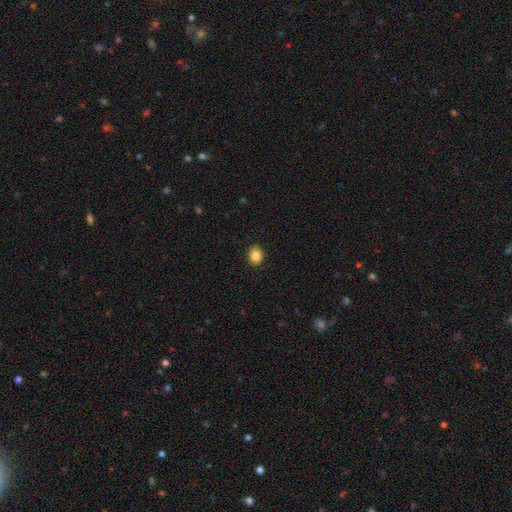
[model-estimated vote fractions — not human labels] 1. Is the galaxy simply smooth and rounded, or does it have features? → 85% smooth, 9% star or artifact, 6% featured or disk.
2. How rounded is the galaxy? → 53% round, 46% in between, 1% cigar-shaped.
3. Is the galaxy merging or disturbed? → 91% none, 6% minor disturbance, 2% major disturbance, 1% merger.